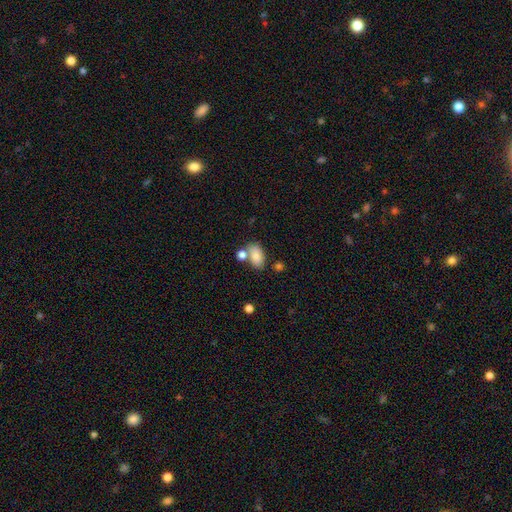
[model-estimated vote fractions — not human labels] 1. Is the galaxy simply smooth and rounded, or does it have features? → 82% smooth, 11% featured or disk, 8% star or artifact.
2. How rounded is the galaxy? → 90% in between, 8% round, 2% cigar-shaped.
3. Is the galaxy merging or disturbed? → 51% none, 30% merger, 14% minor disturbance, 5% major disturbance.